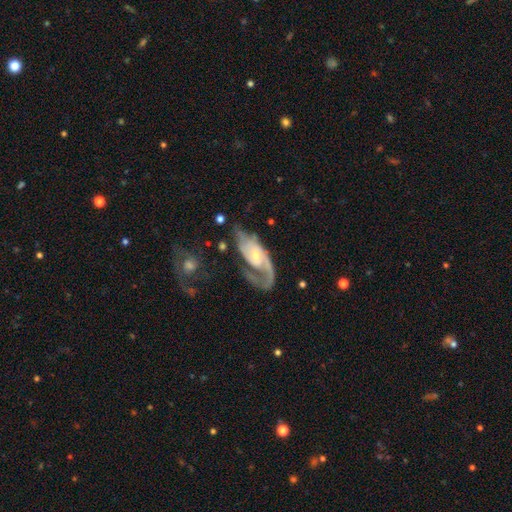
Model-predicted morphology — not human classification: The model was most divided on "merging": none: 46%, major disturbance: 30%, minor disturbance: 20%, merger: 4%. Remaining: edge-on disk — no (95%); spiral arms — yes (95%); smooth or featured — featured or disk (85%); bulge size — small (59%); bar — no (55%); spiral arm count — 2 (53%); spiral winding — medium (46%).